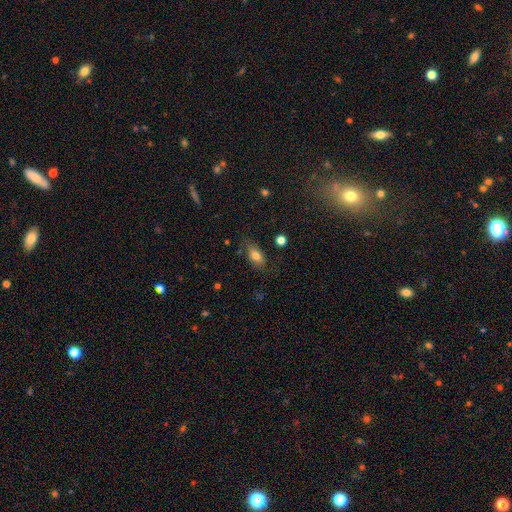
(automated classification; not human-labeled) Overall: smooth (76%). How rounded: in between (85%). Merging: none (70%).